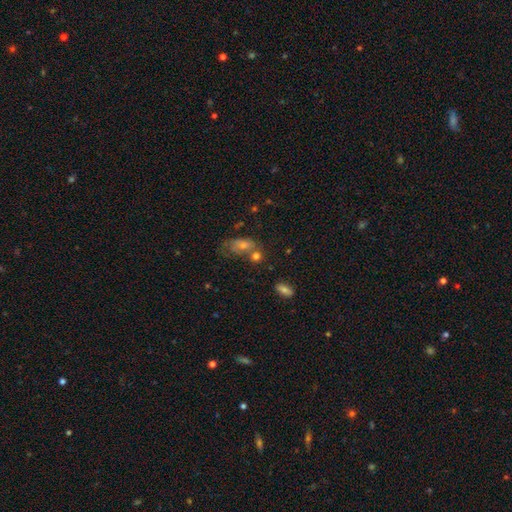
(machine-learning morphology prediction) Smooth or featured?
  - smooth: 57% *
  - featured or disk: 27%
  - star or artifact: 16%
How rounded?
  - in between: 71% *
  - round: 24%
  - cigar-shaped: 5%
Merging?
  - none: 35% *
  - merger: 29%
  - minor disturbance: 19%
  - major disturbance: 17%